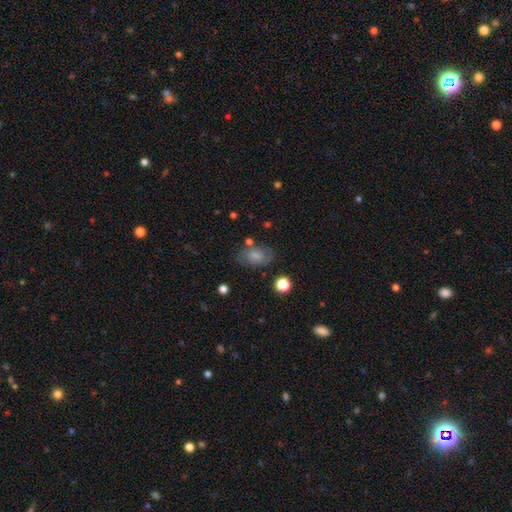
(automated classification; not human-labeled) This is likely a smooth galaxy (69%). How rounded: clearly in between (84%). Merging: likely none (68%).